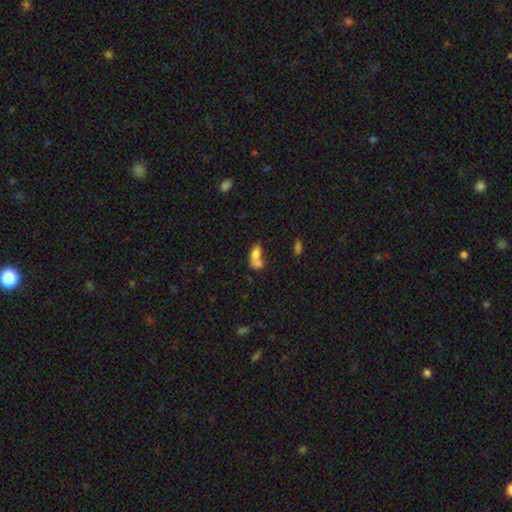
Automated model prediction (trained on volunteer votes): smooth 72%, featured or disk 17%, star or artifact 11%. Down the decision tree: how rounded — in between (82%); merging — merger (65%).